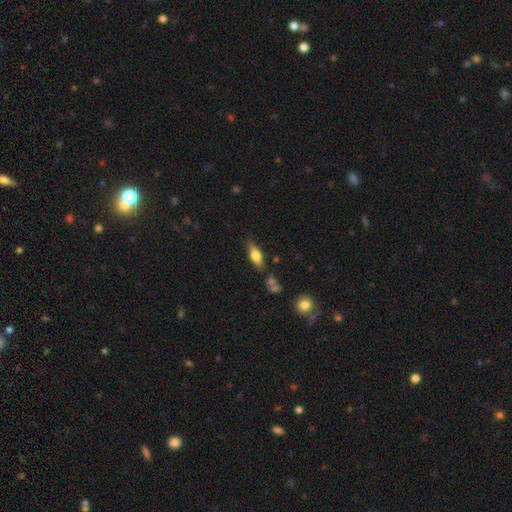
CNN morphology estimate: This is possibly a smooth galaxy (53%). How rounded: likely in between (61%). Merging: likely none (74%).